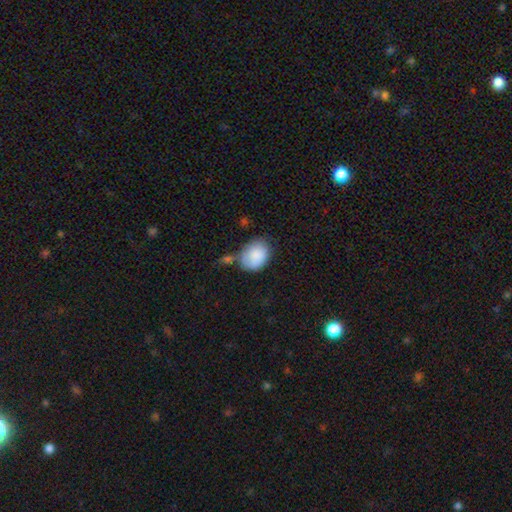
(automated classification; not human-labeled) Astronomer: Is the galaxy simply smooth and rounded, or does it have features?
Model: smooth — 86%.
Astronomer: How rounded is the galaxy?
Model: in between — 66%.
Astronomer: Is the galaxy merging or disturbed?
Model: none — 52%.